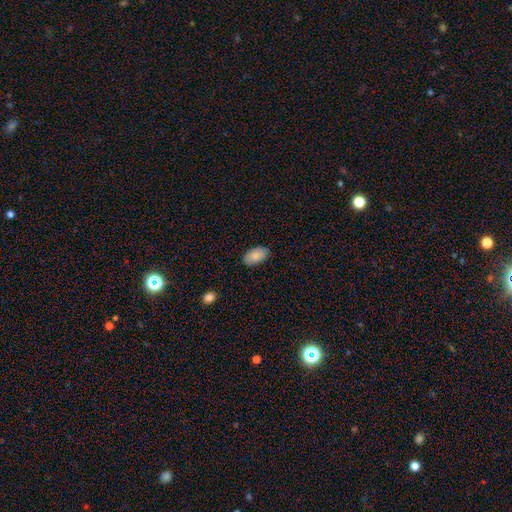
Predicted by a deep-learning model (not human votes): Smooth or featured: smooth — 87% (featured or disk — 7%)
How rounded: in between — 95% (round — 4%)
Merging: none — 86% (minor disturbance — 11%)